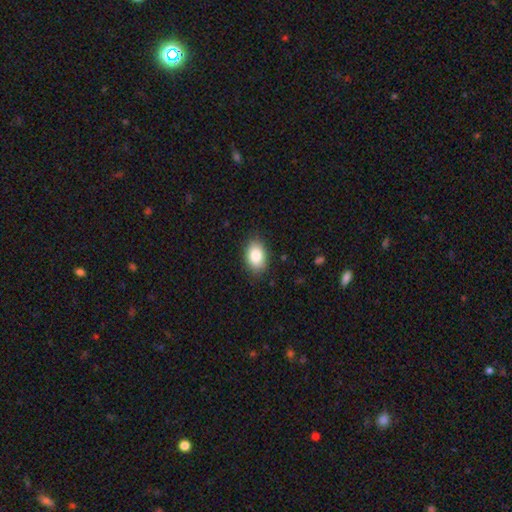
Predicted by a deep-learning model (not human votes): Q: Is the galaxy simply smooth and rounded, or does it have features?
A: smooth — 87%.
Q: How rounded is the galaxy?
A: in between — 88%.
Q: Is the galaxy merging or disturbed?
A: none — 85%.